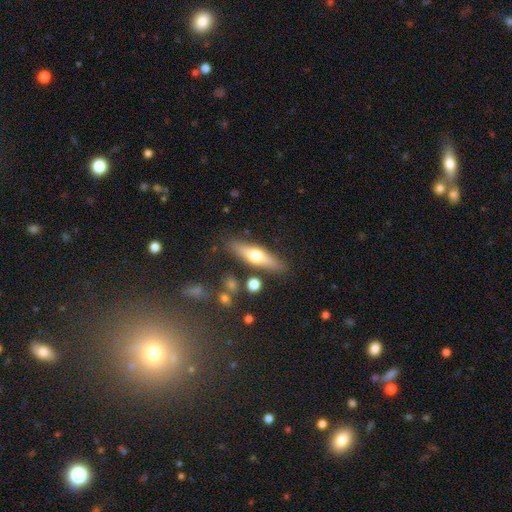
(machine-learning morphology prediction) featured or disk 47%, smooth 46%, star or artifact 6%. Down the decision tree: merging — none (84%).